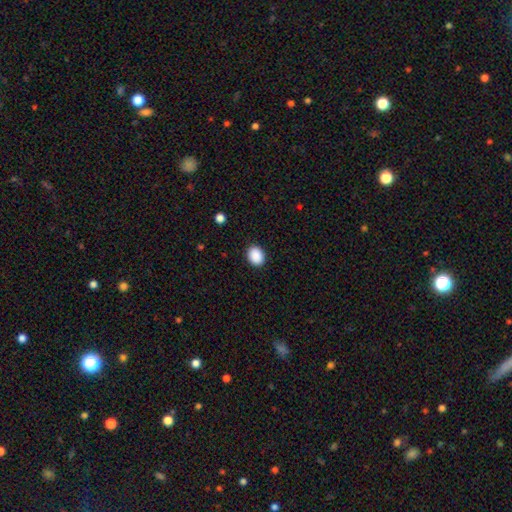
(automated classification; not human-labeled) A smooth galaxy with no disk features (90%) that is in between round and cigar-shaped (53%). Merging: none (90%).